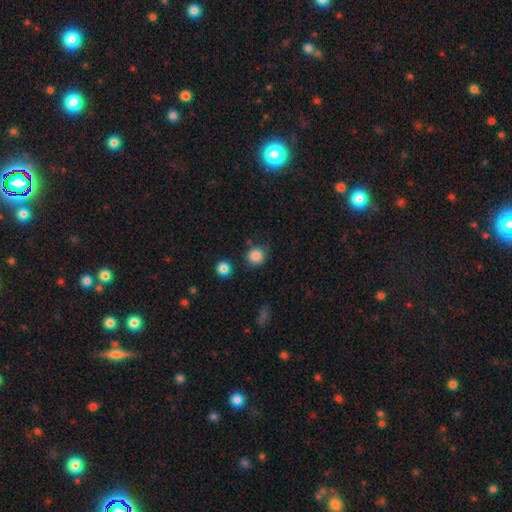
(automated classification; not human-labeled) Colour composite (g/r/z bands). It shows a smooth galaxy with no disk features (86%) that is round (90%). Merging: none (78%).